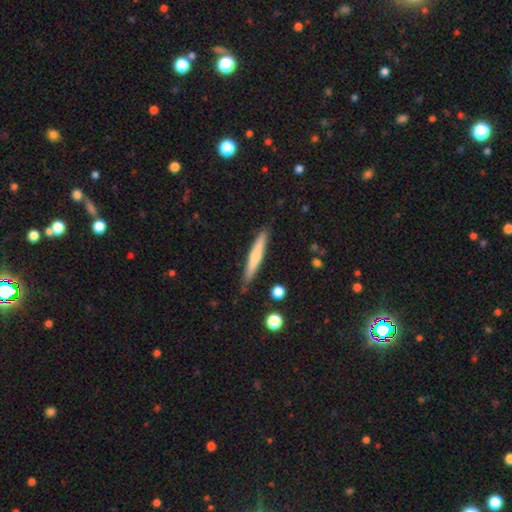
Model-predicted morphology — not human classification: smooth 56%, featured or disk 38%, star or artifact 6%. Down the decision tree: how rounded — cigar-shaped (94%); merging — none (85%).